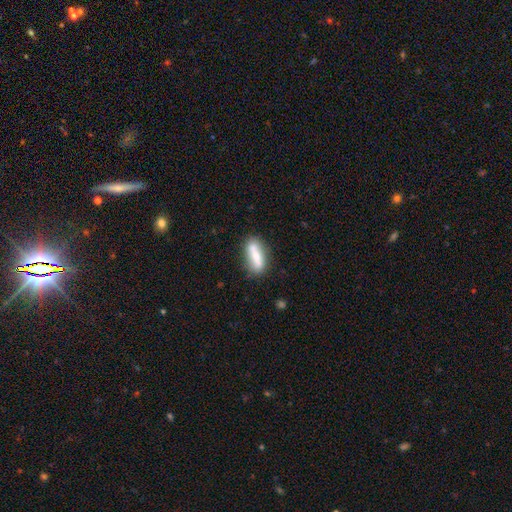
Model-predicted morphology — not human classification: type=smooth (60%); roundness=in between (53%); merging=none (73%).